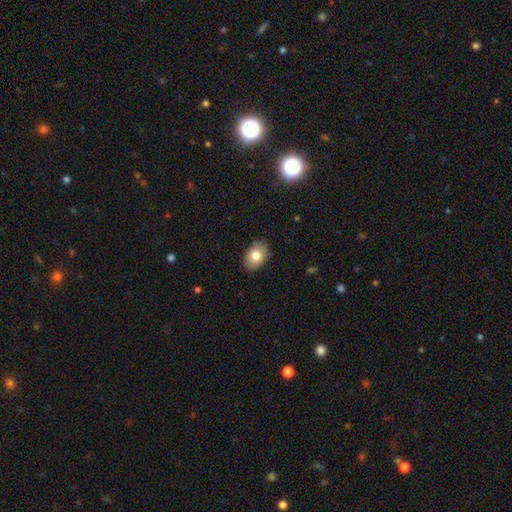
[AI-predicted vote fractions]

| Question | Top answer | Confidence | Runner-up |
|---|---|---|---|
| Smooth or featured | smooth | 80% | featured or disk (12%) |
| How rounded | in between | 78% | round (21%) |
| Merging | none | 86% | minor disturbance (10%) |